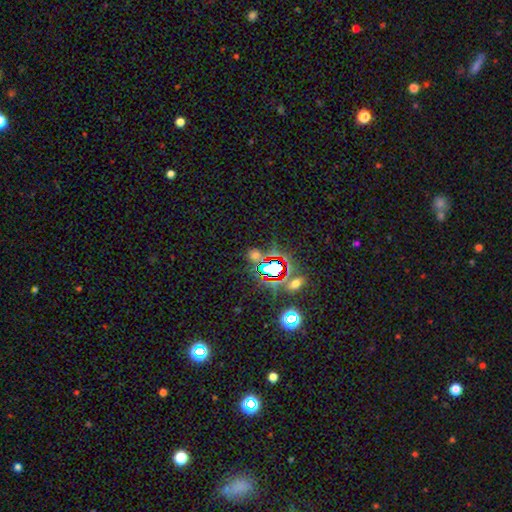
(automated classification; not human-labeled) star or artifact 56%, smooth 35%, featured or disk 9%.